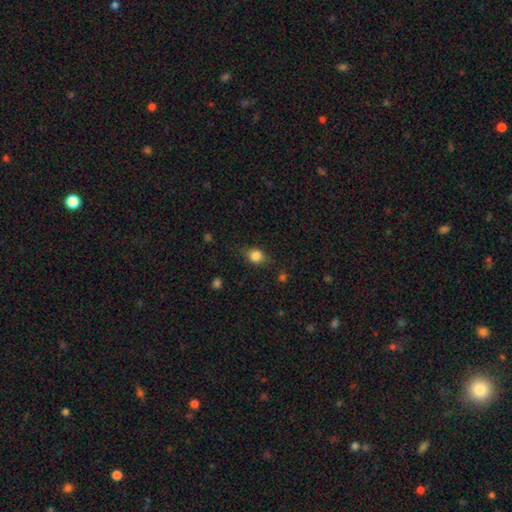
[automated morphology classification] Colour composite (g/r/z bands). It shows a smooth galaxy with no disk features (77%) that is round (54%). Merging: none (70%).